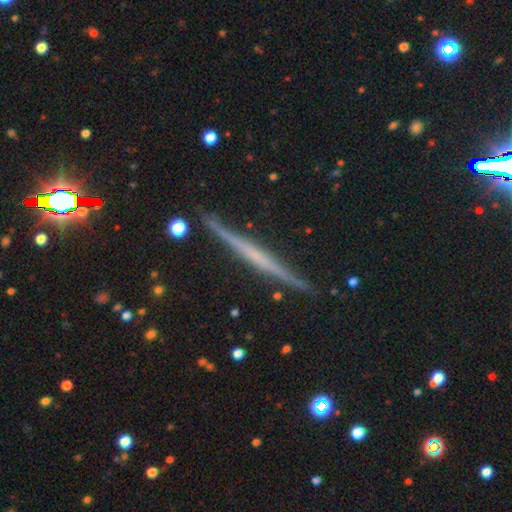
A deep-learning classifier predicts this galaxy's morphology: featured or disk 70%, smooth 22%, star or artifact 8%. Down the decision tree: edge-on disk — yes (98%); edge-on bulge — none (75%); merging — none (90%).